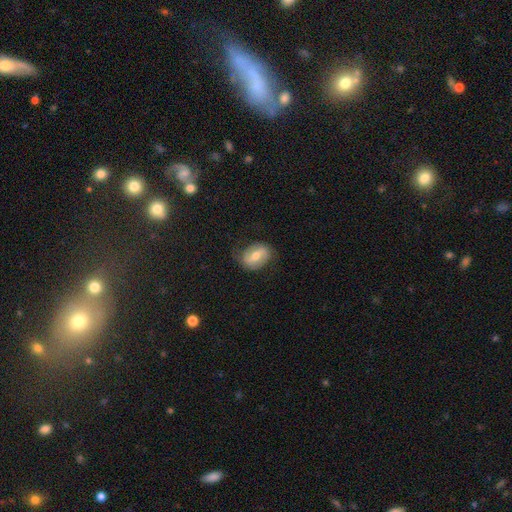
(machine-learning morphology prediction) A featured or disk galaxy (53%) with a weak bar (44%), spiral arms (75%) and a moderate central bulge (66%).

Vote fractions:
- Smooth or featured? featured or disk: 53% / smooth: 39% / star or artifact: 8%
- Edge-on disk? no: 95% / yes: 5%
- Bar? weak: 44% / strong: 34% / no: 22%
- Spiral arms? yes: 75% / no: 25%
- Bulge size? moderate: 66% / small: 26% / large: 5% / none: 2% / dominant: 1%
- Merging? none: 71% / minor disturbance: 21% / major disturbance: 7% / merger: 1%